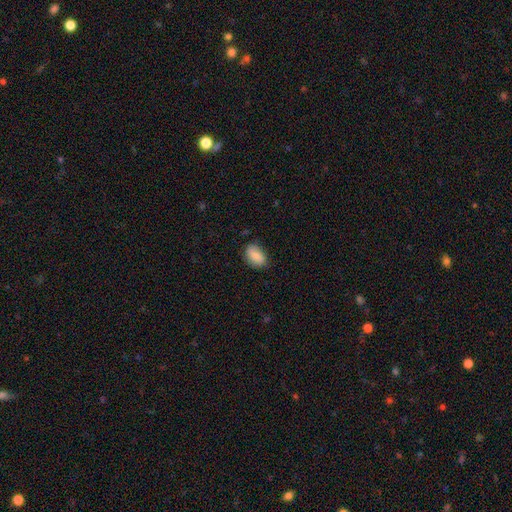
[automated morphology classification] type=smooth (86%); roundness=in between (89%); merging=none (78%).